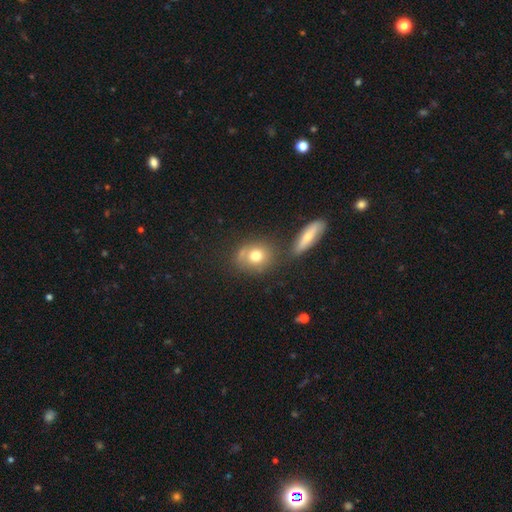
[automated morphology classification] Smooth or featured: smooth — 72% (featured or disk — 18%)
How rounded: round — 65% (in between — 33%)
Merging: none — 60% (merger — 20%)